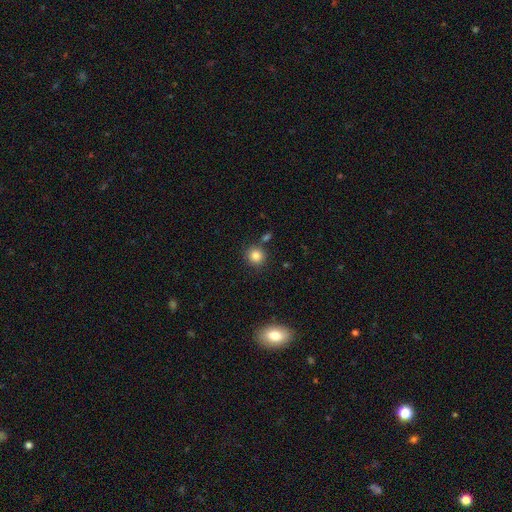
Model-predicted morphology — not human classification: Smooth or featured: smooth — 84% (star or artifact — 11%)
How rounded: round — 91% (in between — 8%)
Merging: none — 81% (minor disturbance — 9%)